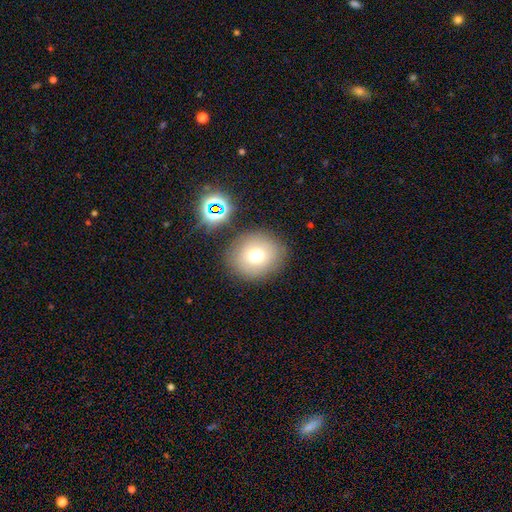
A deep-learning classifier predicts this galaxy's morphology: Overall: smooth (72%). How rounded: round (77%). Merging: none (80%).